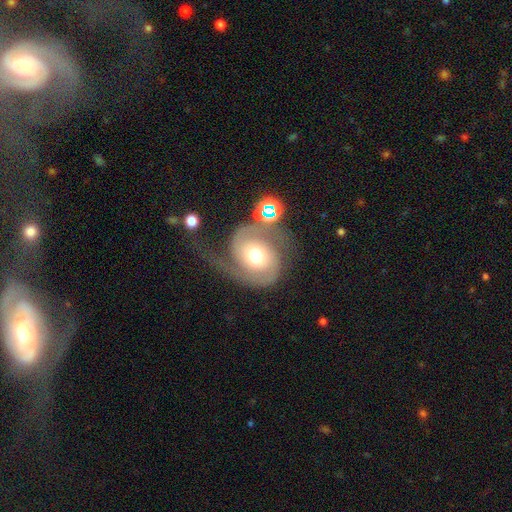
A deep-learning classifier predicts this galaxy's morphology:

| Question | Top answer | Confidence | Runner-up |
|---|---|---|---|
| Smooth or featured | featured or disk | 83% | smooth (11%) |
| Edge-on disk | no | 98% | yes (2%) |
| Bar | no | 72% | weak (22%) |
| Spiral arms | yes | 96% | no (4%) |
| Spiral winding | medium | 46% | loose (29%) |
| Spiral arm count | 2 | 86% | 1 (7%) |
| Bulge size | moderate | 65% | large (23%) |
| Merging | none | 47% | major disturbance (27%) |